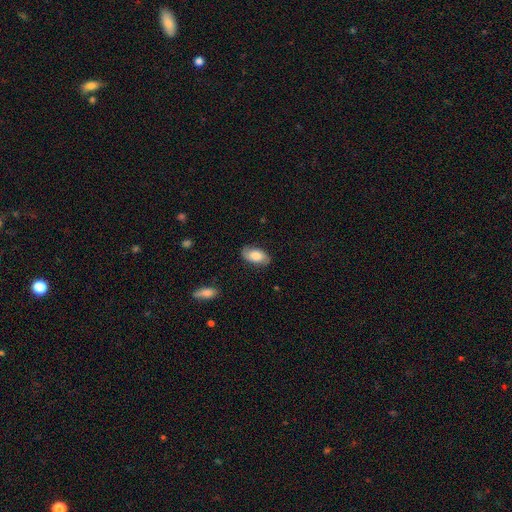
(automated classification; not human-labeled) Morphology: type=smooth (68%); roundness=in between (93%); merging=none (79%).